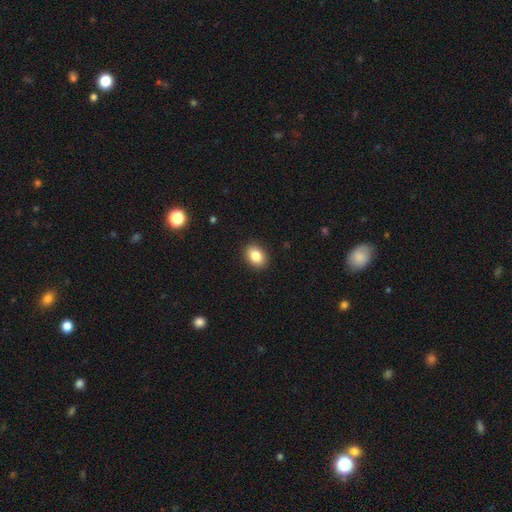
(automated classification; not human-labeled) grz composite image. It shows a smooth galaxy with no disk features (85%) that is in between round and cigar-shaped (74%). Merging: none (90%).